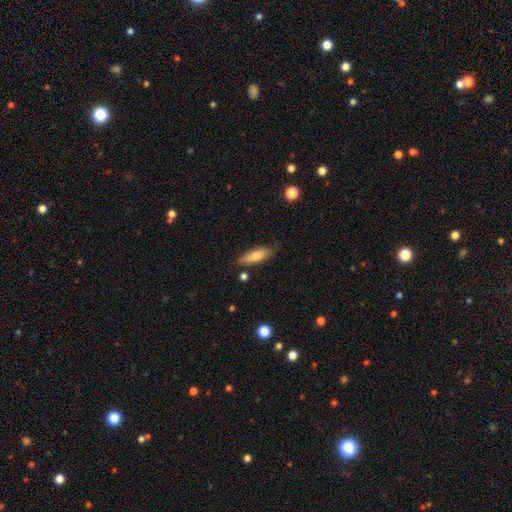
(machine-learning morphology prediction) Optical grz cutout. It shows a smooth galaxy with no disk features (71%) that is in between round and cigar-shaped (56%). Merging: none (80%).